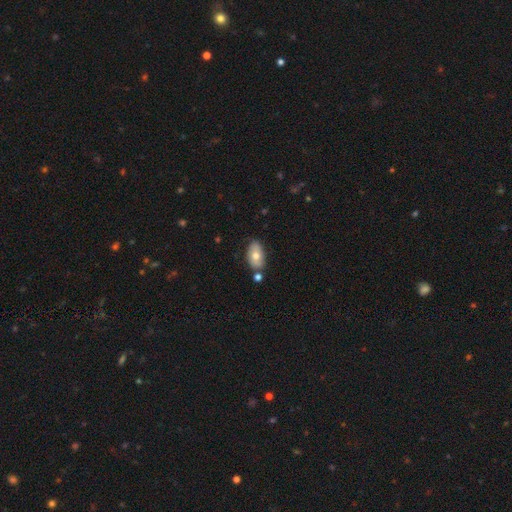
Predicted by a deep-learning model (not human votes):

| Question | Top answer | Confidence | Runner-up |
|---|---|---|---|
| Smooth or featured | smooth | 66% | featured or disk (26%) |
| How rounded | in between | 91% | round (7%) |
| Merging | none | 69% | minor disturbance (18%) |